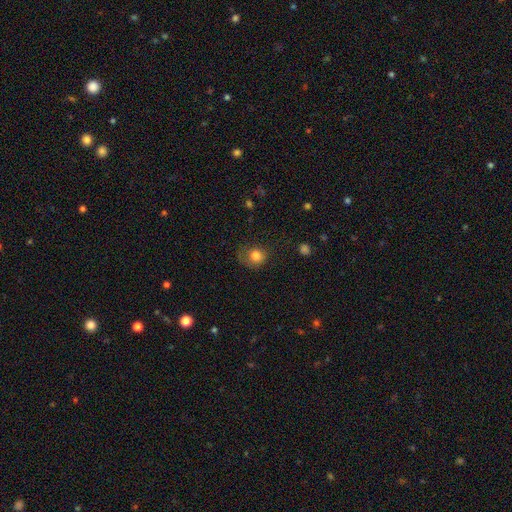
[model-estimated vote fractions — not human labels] Smooth or featured? Predicted: smooth (p=0.81). How rounded? Predicted: round (p=0.75). Merging? Predicted: none (p=0.57).